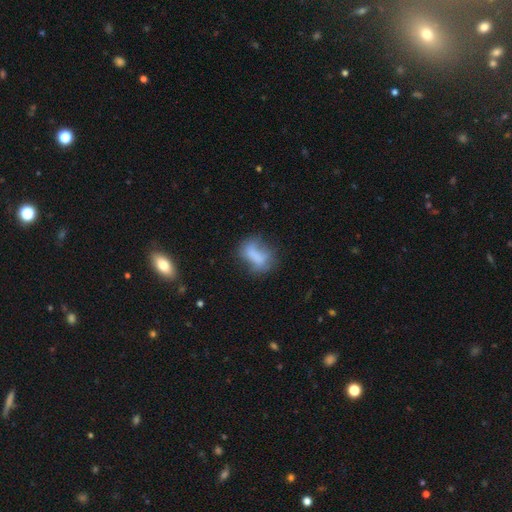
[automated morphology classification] This is likely a smooth galaxy (67%). How rounded: likely in between (78%). Merging: marginally none (40%).